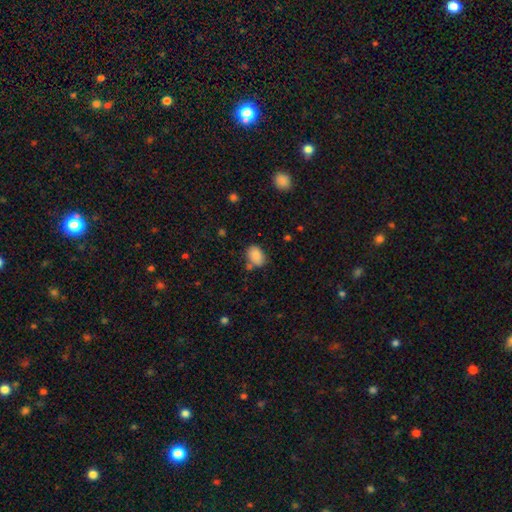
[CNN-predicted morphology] smooth 86%, star or artifact 8%, featured or disk 5%. Down the decision tree: how rounded — in between (80%); merging — none (68%).